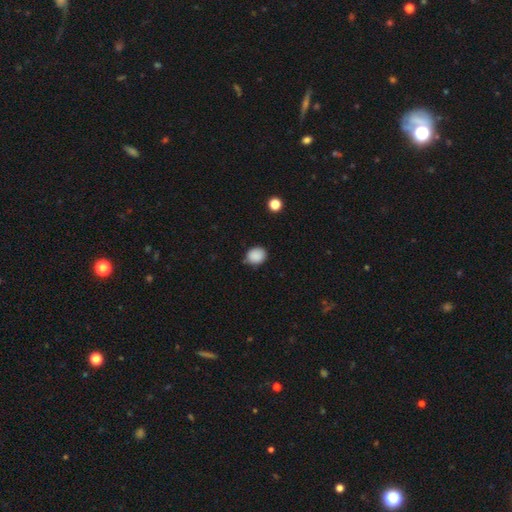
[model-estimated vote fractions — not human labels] Smooth or featured: smooth — 88% (star or artifact — 9%)
How rounded: round — 67% (in between — 32%)
Merging: none — 77% (minor disturbance — 17%)